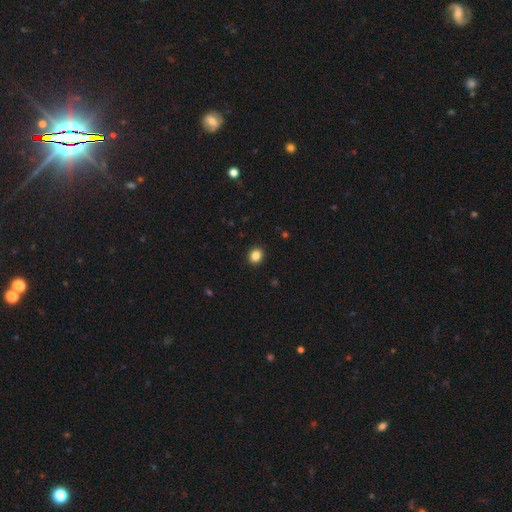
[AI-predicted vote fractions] A smooth galaxy with no disk features (86%) that is round (69%). Merging: none (92%).